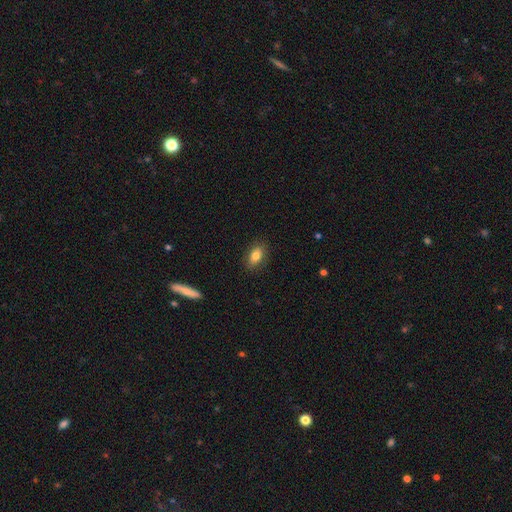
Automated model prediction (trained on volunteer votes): smooth-or-featured: smooth: 80% | featured or disk: 12% | star or artifact: 8%
  how-rounded: in between: 85% | round: 9% | cigar-shaped: 5%
  merging: none: 86% | minor disturbance: 11% | major disturbance: 3% | merger: 1%